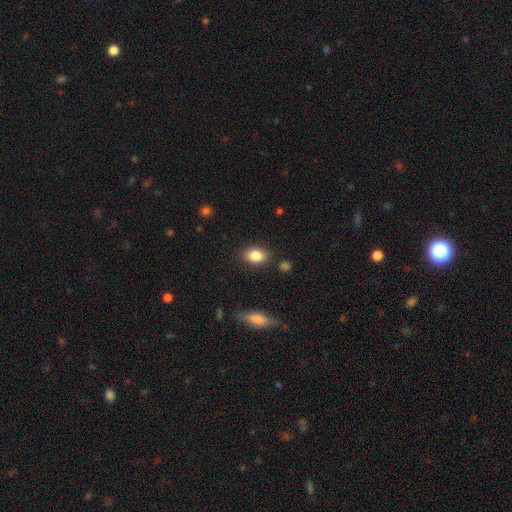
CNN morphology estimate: Smooth or featured? smooth (85%)
How rounded? in between (75%)
Merging? none (86%)